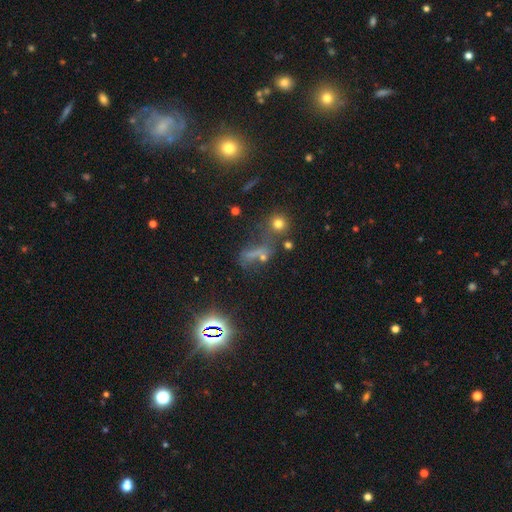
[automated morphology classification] Smooth or featured? star or artifact (48%)